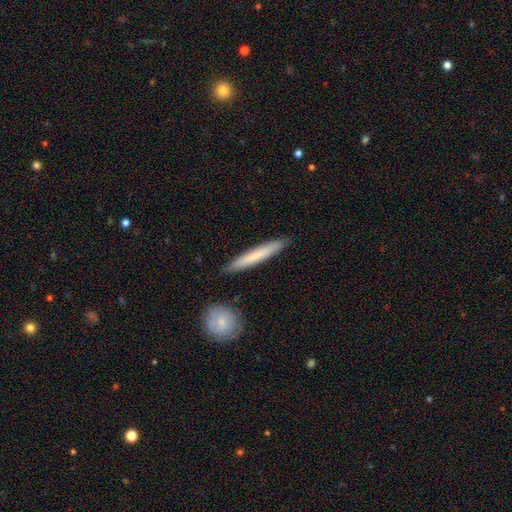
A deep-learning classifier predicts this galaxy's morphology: This is likely a smooth galaxy (69%). How rounded: clearly cigar-shaped (95%). Merging: clearly none (89%).